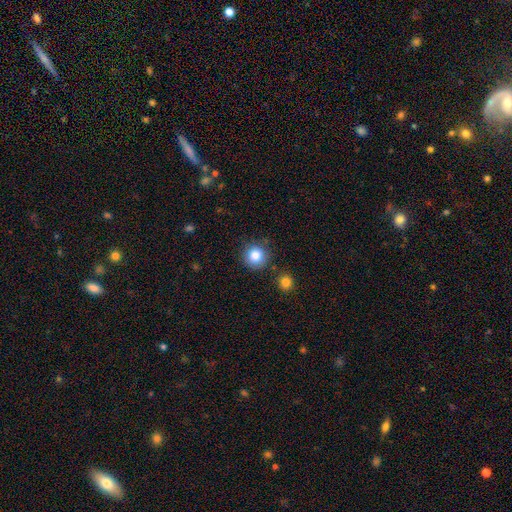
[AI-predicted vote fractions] Smooth or featured: smooth — 84% (star or artifact — 10%)
How rounded: round — 93% (in between — 6%)
Merging: none — 84% (minor disturbance — 9%)